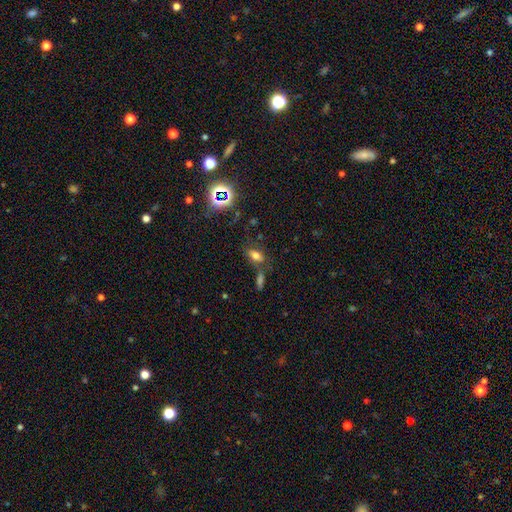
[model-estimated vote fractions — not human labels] The model was most divided on "merging": none: 63%, merger: 17%, minor disturbance: 14%, major disturbance: 6%. More confident: how rounded — in between (85%); smooth or featured — smooth (69%).